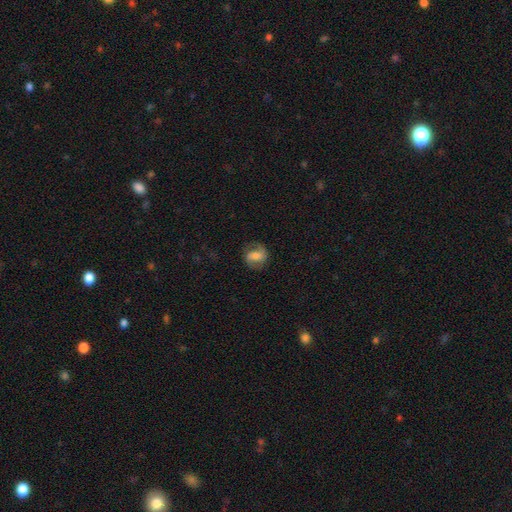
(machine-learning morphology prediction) Overall: featured or disk (60%; smooth 32%). Edge-on disk: no (97%). Bar: weak (42%; no 34%). Spiral arms: yes (90%). Spiral arm count: 2 (88%). Spiral winding: medium (50%; loose 27%). Bulge size: moderate (42%; small 29%). Merging: none (76%).